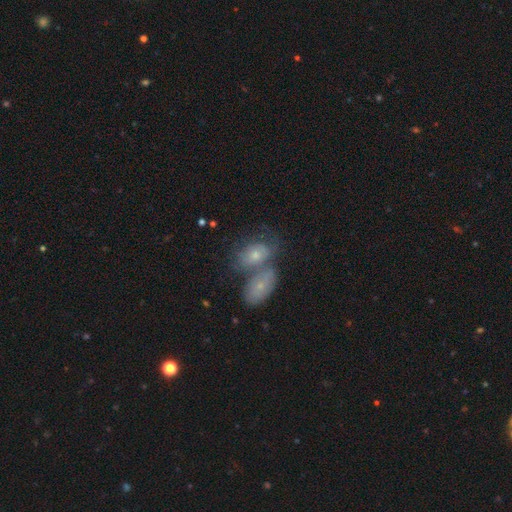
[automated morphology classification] This appears to be a featured or disk galaxy (44%). Merging: merger (57%).